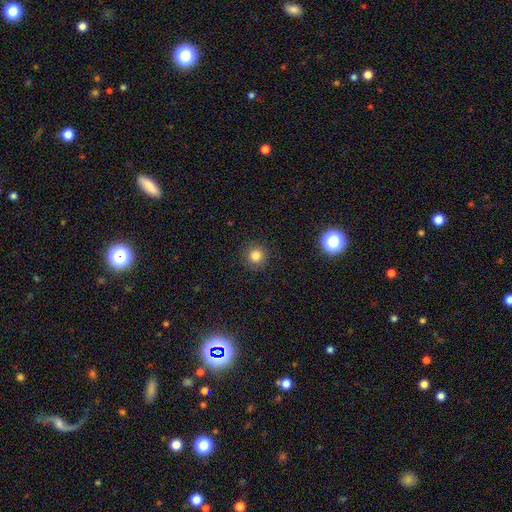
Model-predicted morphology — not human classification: The model was most divided on "smooth or featured": smooth: 82%, star or artifact: 13%, featured or disk: 5%. More confident: how rounded — round (94%); merging — none (90%).